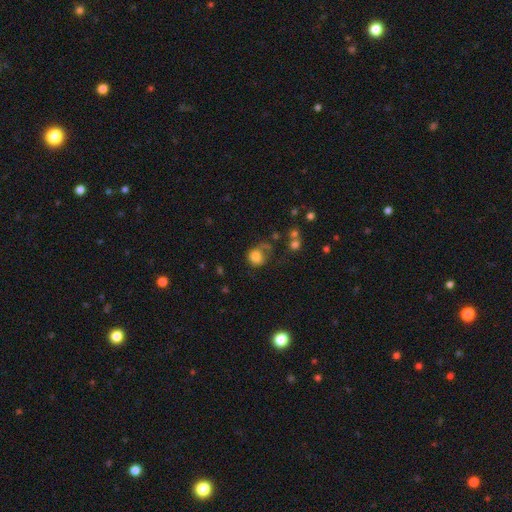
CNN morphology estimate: type=smooth (79%); roundness=round (76%); merging=none (40%).